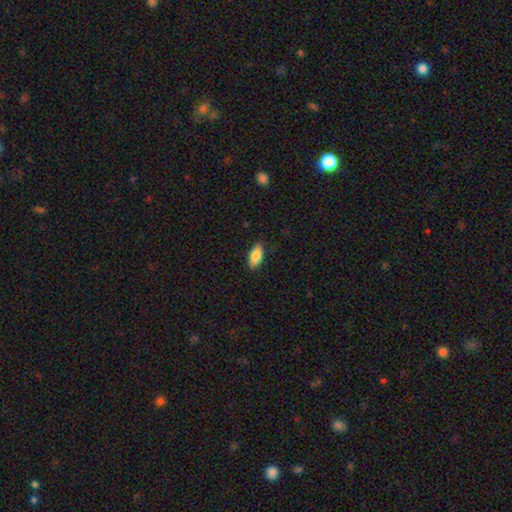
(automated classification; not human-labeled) smooth 87%, featured or disk 7%, star or artifact 7%. Down the decision tree: how rounded — in between (89%); merging — none (86%).